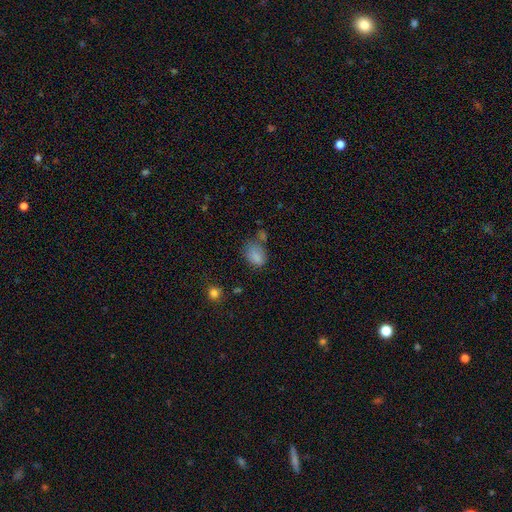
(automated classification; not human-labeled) smooth_or_featured: smooth (p=0.80) [alt: star or artifact p=0.11]
how_rounded: in between (p=0.74) [alt: round p=0.24]
merging: none (p=0.48) [alt: minor disturbance p=0.27]